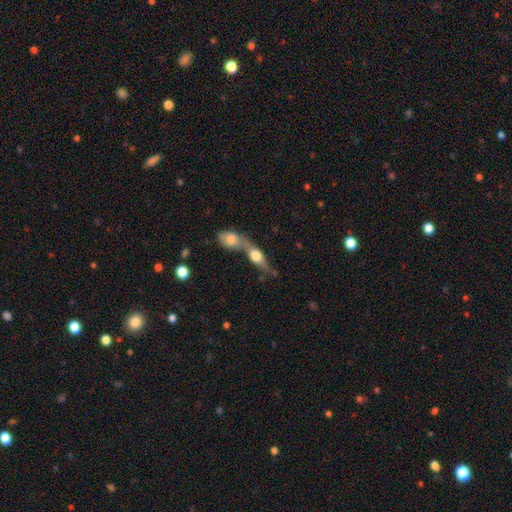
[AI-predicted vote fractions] smooth-or-featured: smooth: 50% | featured or disk: 42% | star or artifact: 8%
  merging: merger: 69% | none: 21% | minor disturbance: 6% | major disturbance: 4%